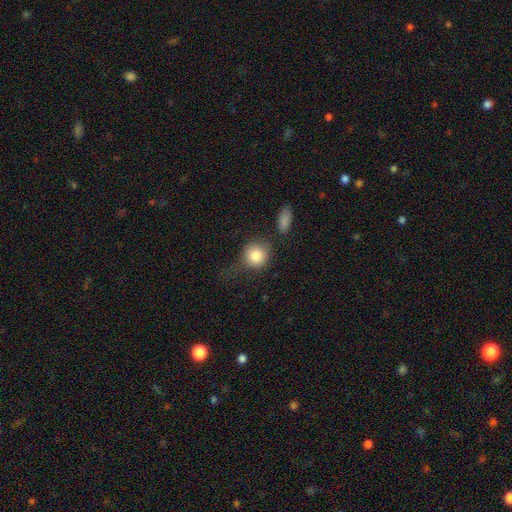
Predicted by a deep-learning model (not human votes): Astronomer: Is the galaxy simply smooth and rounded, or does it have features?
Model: smooth — 83%.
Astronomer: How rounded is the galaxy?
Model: round — 85%.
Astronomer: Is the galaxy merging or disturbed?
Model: none — 57%.